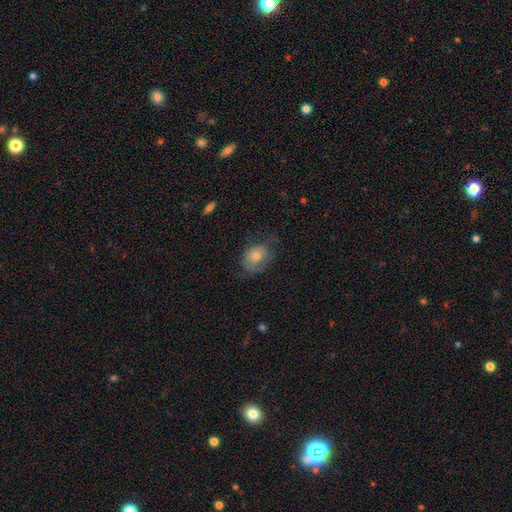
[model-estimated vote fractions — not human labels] Smooth or featured: smooth — 61% (featured or disk — 29%)
How rounded: in between — 66% (round — 32%)
Merging: none — 53% (minor disturbance — 30%)